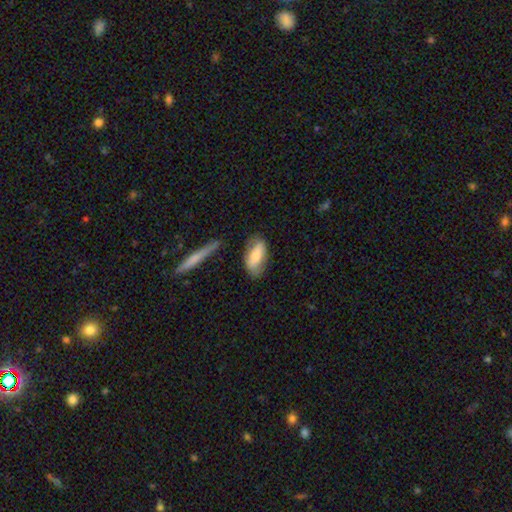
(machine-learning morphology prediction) Q: Smooth or featured?
A: smooth (67%); runner-up: featured or disk (27%)
Q: How rounded?
A: in between (87%); runner-up: cigar-shaped (10%)
Q: Merging?
A: none (69%); runner-up: minor disturbance (21%)